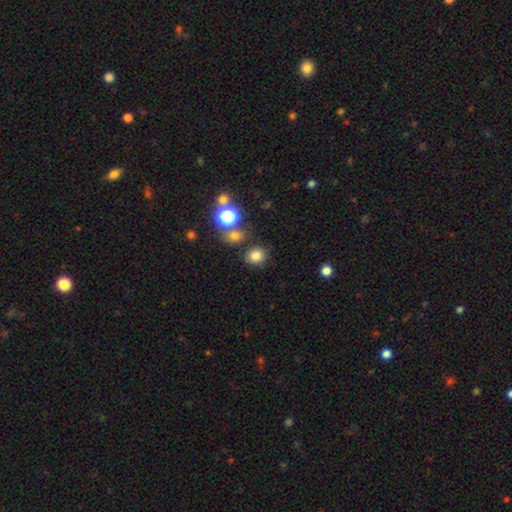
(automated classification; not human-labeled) smooth 79%, star or artifact 15%, featured or disk 6%. Down the decision tree: how rounded — round (78%); merging — none (80%).